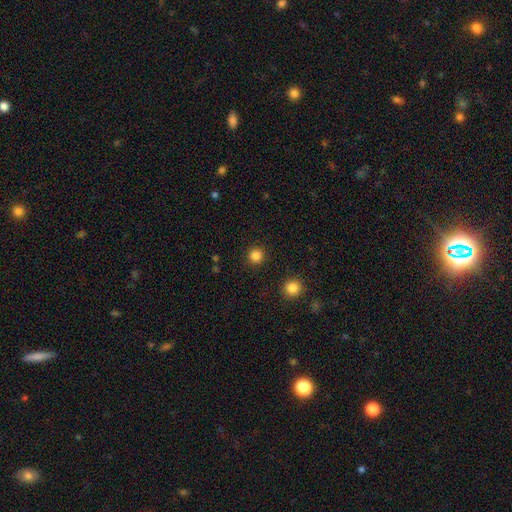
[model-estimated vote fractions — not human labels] Morphology: type=smooth (84%); roundness=round (94%); merging=none (92%).